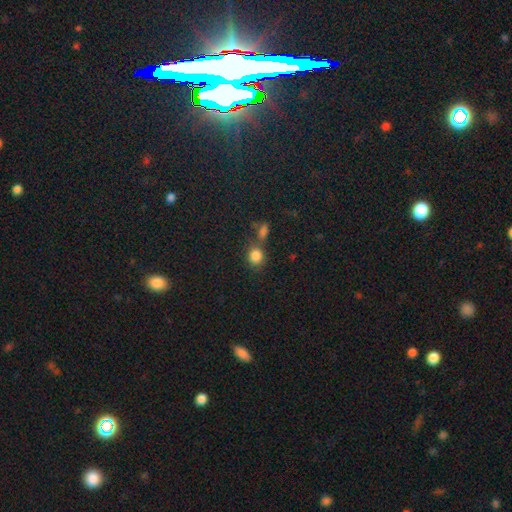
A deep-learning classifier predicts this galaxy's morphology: Overall: smooth (82%). How rounded: round (70%). Merging: none (55%; merger 27%).